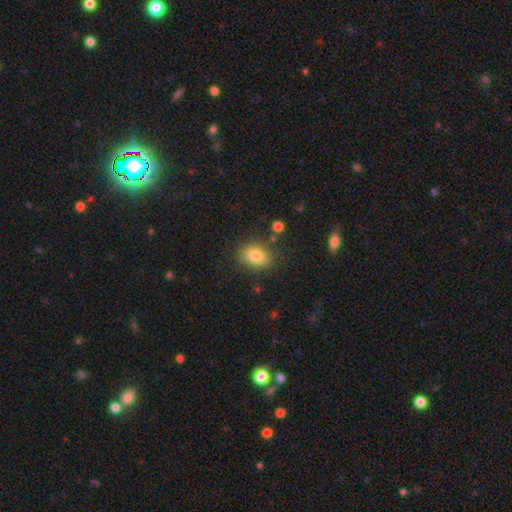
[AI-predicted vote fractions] smooth 80%, star or artifact 10%, featured or disk 10%. Down the decision tree: how rounded — in between (63%); merging — none (80%).